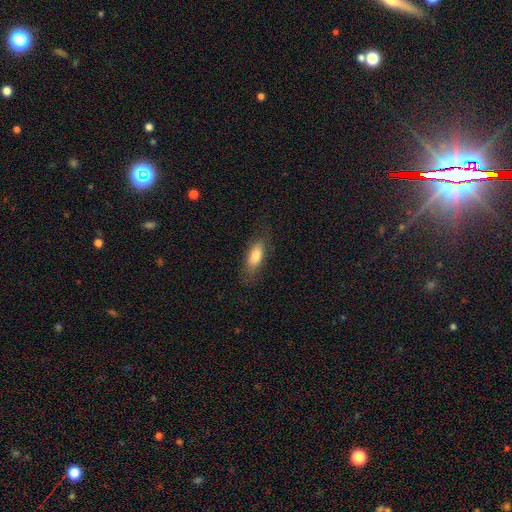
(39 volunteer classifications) Overall: smooth (79%). How rounded: in between (68%). Merging: none (74%).